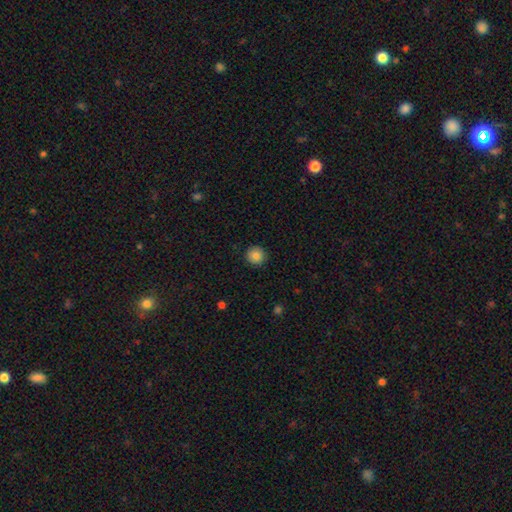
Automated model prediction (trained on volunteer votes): Q: Smooth or featured?
A: smooth (85%); runner-up: star or artifact (10%)
Q: How rounded?
A: round (95%); runner-up: in between (5%)
Q: Merging?
A: none (92%); runner-up: minor disturbance (6%)